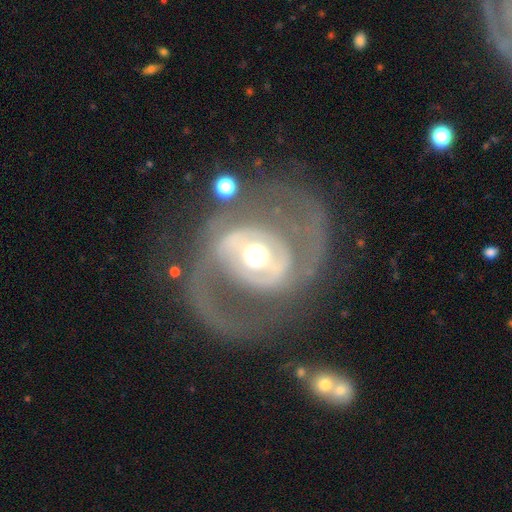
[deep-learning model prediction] Smooth or featured?
  - featured or disk: 85% *
  - smooth: 10%
  - star or artifact: 5%
Edge-on disk?
  - no: 96% *
  - yes: 4%
Bar?
  - no: 37% *
  - weak: 34%
  - strong: 29%
Spiral arms?
  - yes: 81% *
  - no: 19%
Spiral winding?
  - medium: 46% *
  - tight: 29%
  - loose: 25%
Spiral arm count?
  - 2: 78% *
  - can't tell: 10%
  - 1: 6%
  - 3: 3%
  - 4: 2%
  - more than 4: 2%
Bulge size?
  - moderate: 67% *
  - large: 18%
  - small: 12%
  - dominant: 2%
  - none: 1%
Merging?
  - none: 62% *
  - major disturbance: 20%
  - minor disturbance: 15%
  - merger: 4%